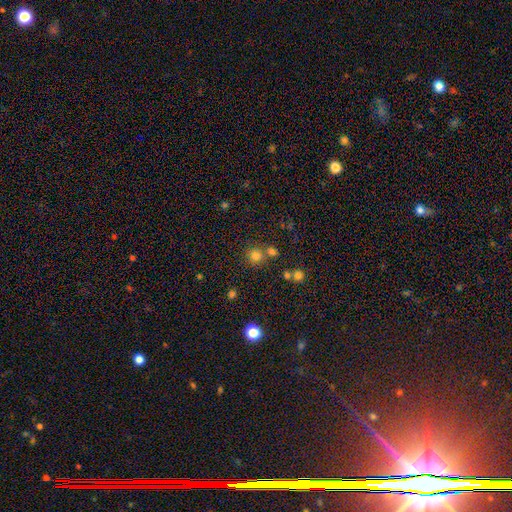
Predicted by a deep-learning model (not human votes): Smooth or featured: smooth — 76% (star or artifact — 17%)
How rounded: round — 90% (in between — 9%)
Merging: none — 69% (merger — 20%)